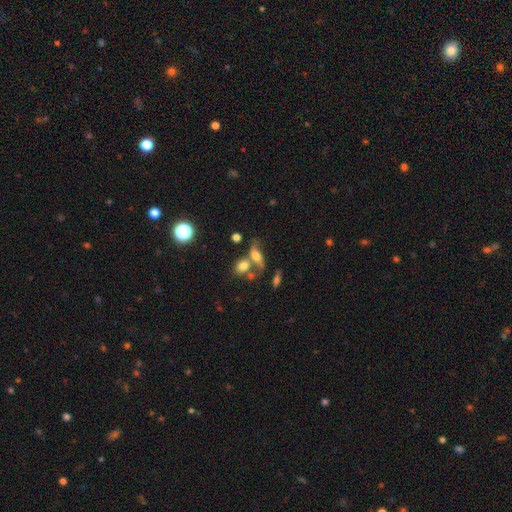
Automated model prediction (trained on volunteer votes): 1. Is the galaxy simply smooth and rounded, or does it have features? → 52% smooth, 34% featured or disk, 14% star or artifact.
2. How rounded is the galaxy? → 62% in between, 20% cigar-shaped, 18% round.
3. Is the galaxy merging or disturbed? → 40% none, 35% merger, 15% minor disturbance, 10% major disturbance.